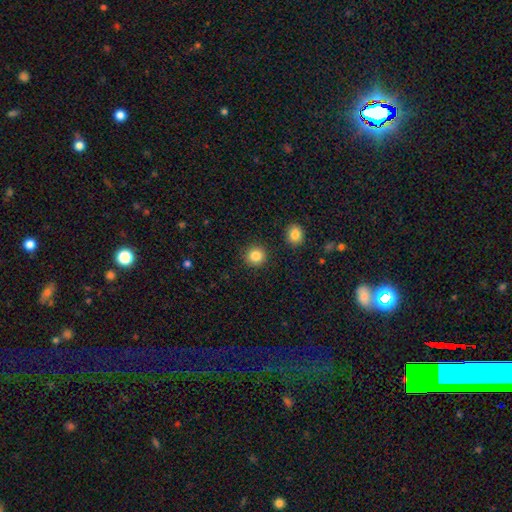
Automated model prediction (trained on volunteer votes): This is clearly a smooth galaxy (86%). How rounded: clearly round (92%). Merging: clearly none (90%).